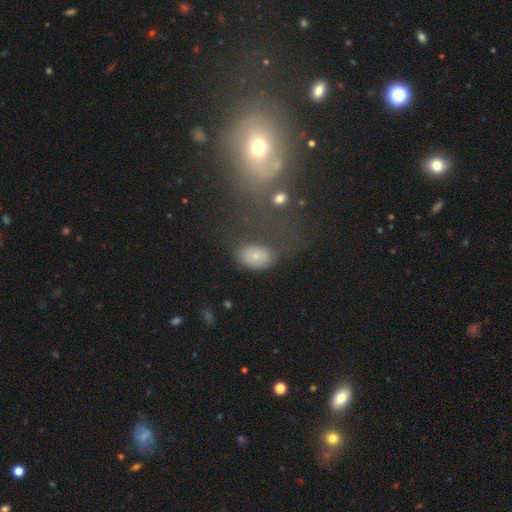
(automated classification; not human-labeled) This appears to be a smooth galaxy with no disk features (70%) that is in between round and cigar-shaped (86%). Merging: none (63%).